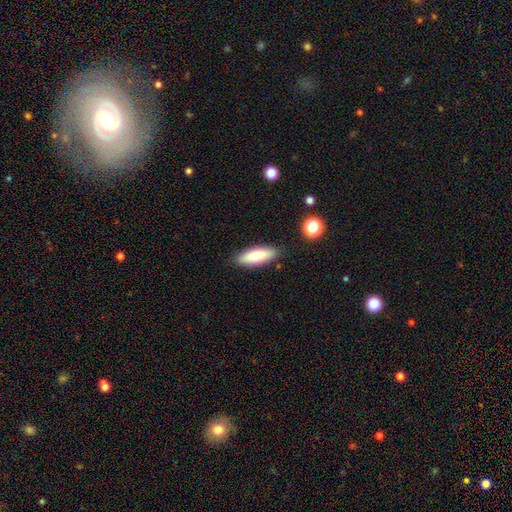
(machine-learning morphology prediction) This appears to be a smooth galaxy with no disk features (81%) that is in between round and cigar-shaped (55%). Merging: none (86%).